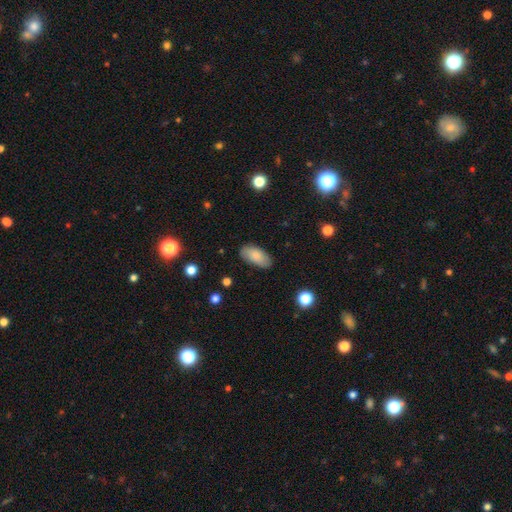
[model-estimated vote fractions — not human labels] Smooth or featured?
  - smooth: 79% *
  - featured or disk: 14%
  - star or artifact: 7%
How rounded?
  - in between: 93% *
  - cigar-shaped: 4%
  - round: 2%
Merging?
  - none: 83% *
  - minor disturbance: 13%
  - major disturbance: 3%
  - merger: 1%